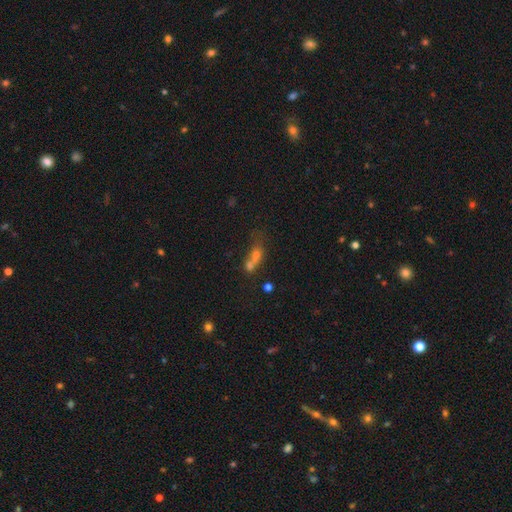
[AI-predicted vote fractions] This is possibly a smooth galaxy (54%). How rounded: possibly in between (49%). Merging: possibly merger (54%).